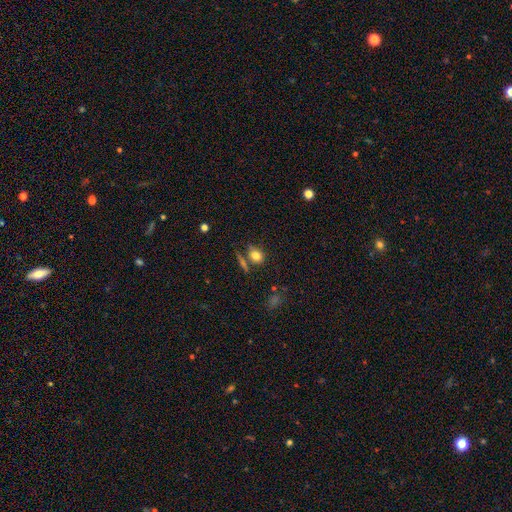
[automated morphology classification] This is likely a smooth galaxy (79%). How rounded: possibly in between (58%). Merging: likely none (64%).